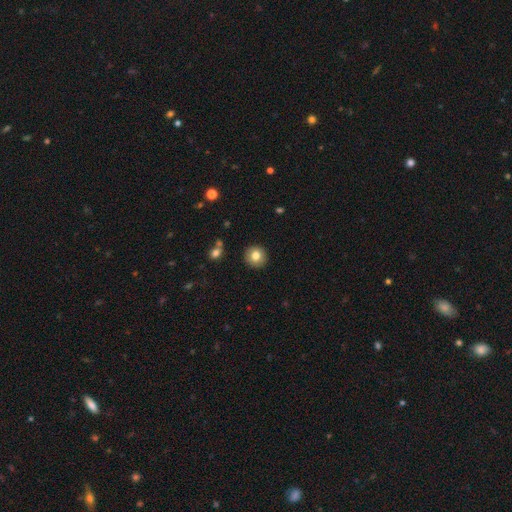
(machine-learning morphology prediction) type=smooth (81%); roundness=round (93%); merging=none (91%).